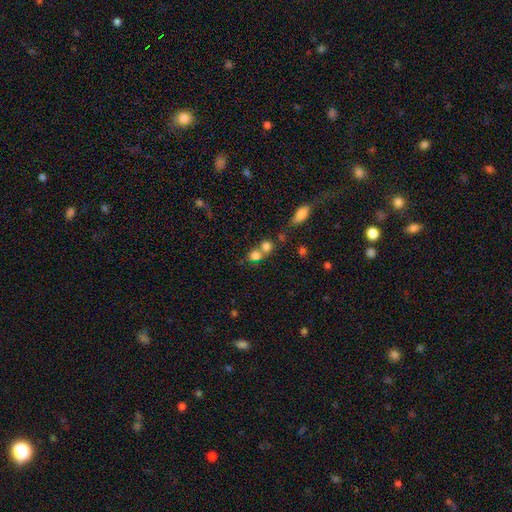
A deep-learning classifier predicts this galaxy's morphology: smooth_or_featured: smooth (p=0.75) [alt: star or artifact p=0.13]
how_rounded: round (p=0.71) [alt: in between p=0.27]
merging: merger (p=0.53) [alt: none p=0.36]